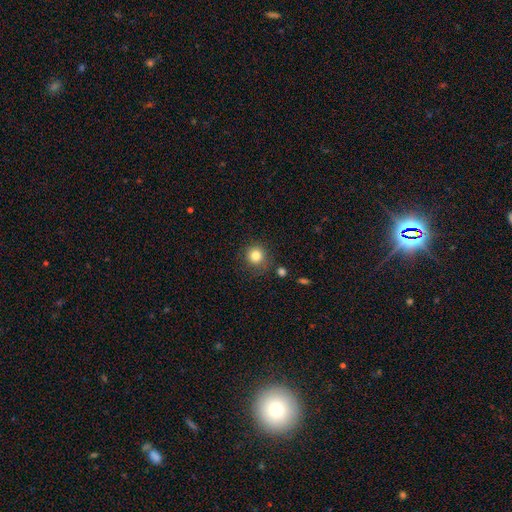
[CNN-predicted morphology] This is clearly a smooth galaxy (82%). How rounded: clearly round (92%). Merging: clearly none (81%).